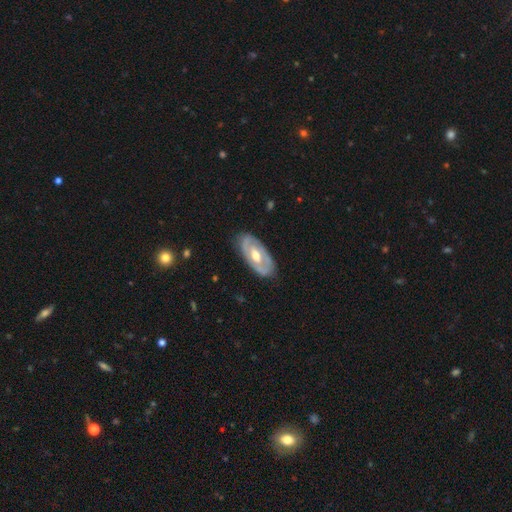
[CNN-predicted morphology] Smooth or featured? featured or disk (67%)
Edge-on disk? no (88%)
Bar? no (56%)
Spiral arms? no (59%)
Bulge size? moderate (74%)
Merging? none (82%)